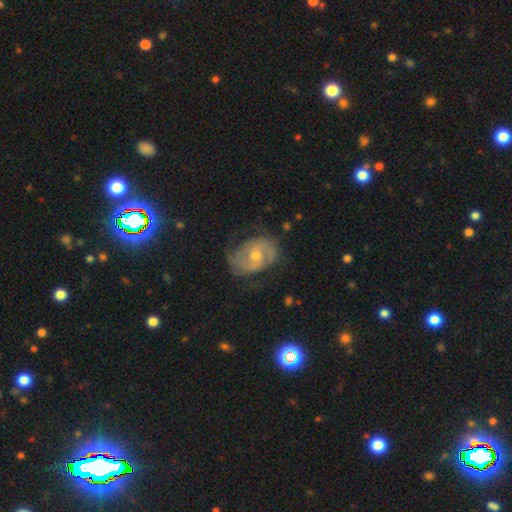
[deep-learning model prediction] featured or disk 78%, smooth 14%, star or artifact 8%. Down the decision tree: edge-on disk — no (97%); bar — no (55%); spiral arms — yes (87%); spiral arm count — 2 (69%); spiral winding — medium (42%); bulge size — moderate (61%); merging — none (65%).